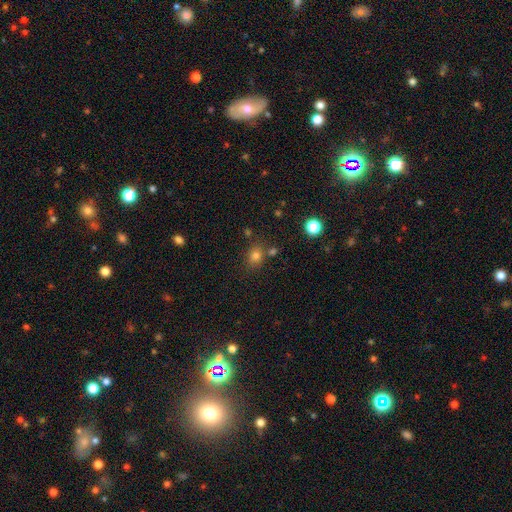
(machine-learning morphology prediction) Smooth or featured: smooth — 77% (star or artifact — 16%)
How rounded: round — 54% (in between — 45%)
Merging: none — 74% (minor disturbance — 12%)